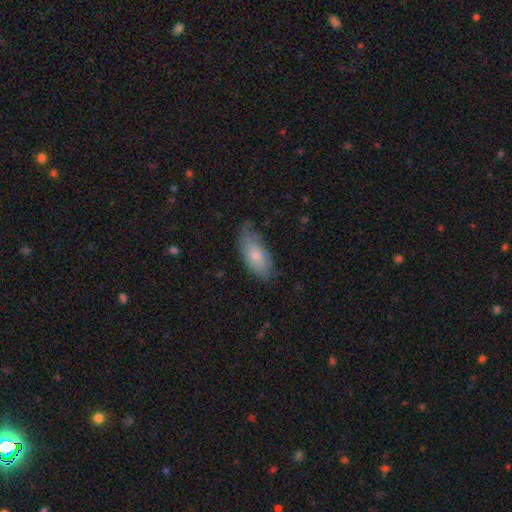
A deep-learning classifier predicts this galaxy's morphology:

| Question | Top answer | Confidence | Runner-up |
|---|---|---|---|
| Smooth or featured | smooth | 75% | featured or disk (19%) |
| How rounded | in between | 87% | cigar-shaped (11%) |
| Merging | none | 58% | minor disturbance (32%) |